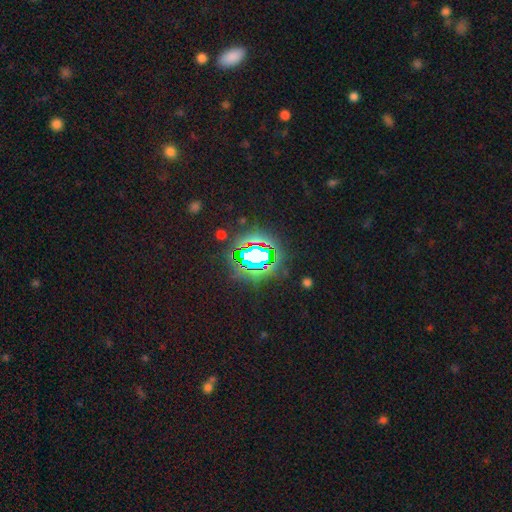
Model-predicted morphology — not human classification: The model was most divided on "smooth or featured": star or artifact: 71%, smooth: 17%, featured or disk: 12%.